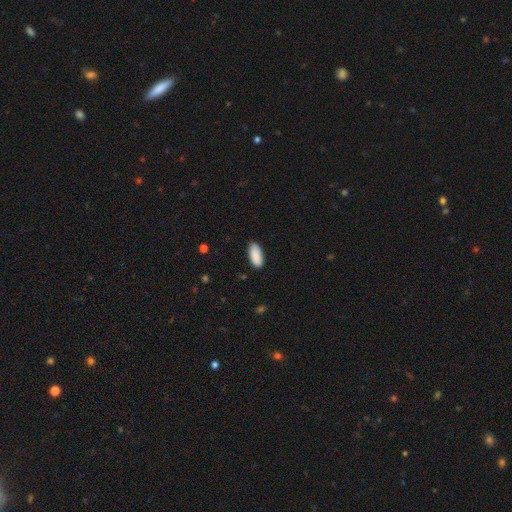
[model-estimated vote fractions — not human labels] smooth 90%, star or artifact 6%, featured or disk 4%. Down the decision tree: how rounded — in between (88%); merging — none (88%).